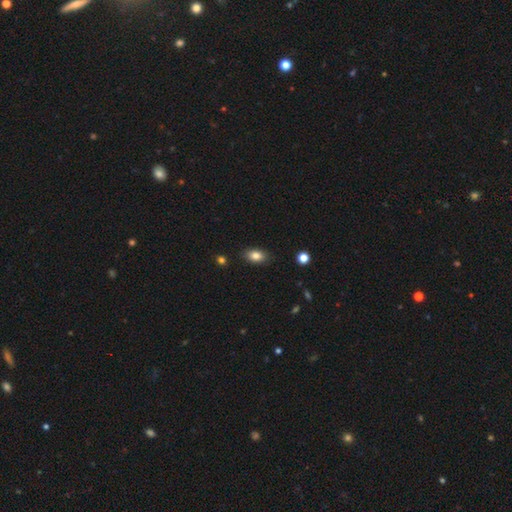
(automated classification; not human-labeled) This is clearly a smooth galaxy (84%). How rounded: clearly in between (87%). Merging: clearly none (86%).